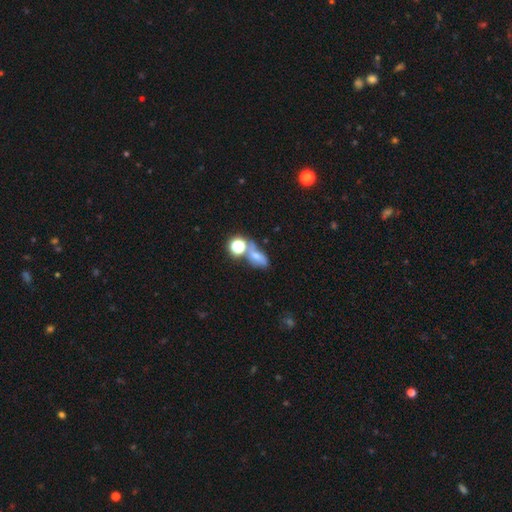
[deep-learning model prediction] A smooth galaxy with no disk features (56%) that is in between round and cigar-shaped (67%).

Vote fractions:
- Smooth or featured? smooth: 56% / star or artifact: 23% / featured or disk: 21%
- How rounded? in between: 67% / round: 26% / cigar-shaped: 7%
- Merging? none: 38% / merger: 32% / minor disturbance: 17% / major disturbance: 12%